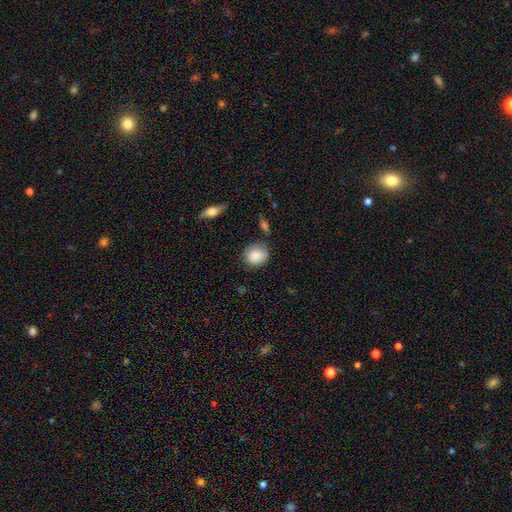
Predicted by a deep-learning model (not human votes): Q: Smooth or featured?
A: smooth (87%); runner-up: star or artifact (7%)
Q: How rounded?
A: round (72%); runner-up: in between (27%)
Q: Merging?
A: none (73%); runner-up: minor disturbance (19%)